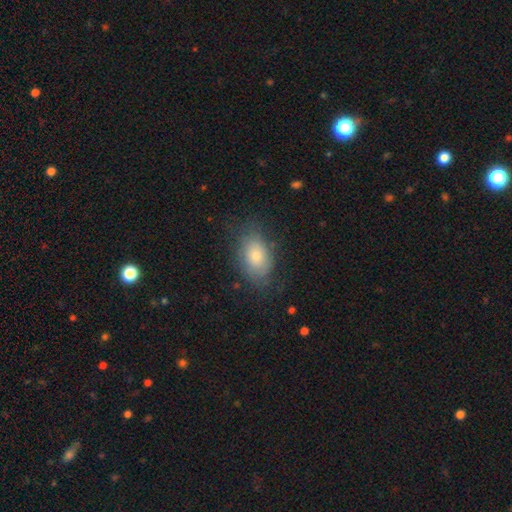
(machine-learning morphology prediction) smooth 71%, featured or disk 21%, star or artifact 8%. Down the decision tree: how rounded — in between (88%); merging — none (70%).